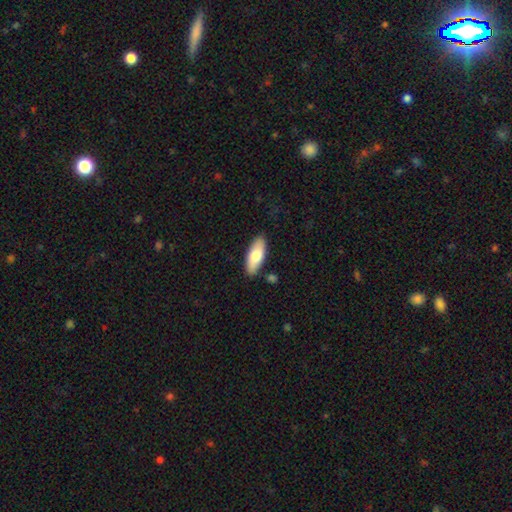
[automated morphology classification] This appears to be a smooth galaxy with no disk features (77%) that is in between round and cigar-shaped (79%). Merging: none (85%).